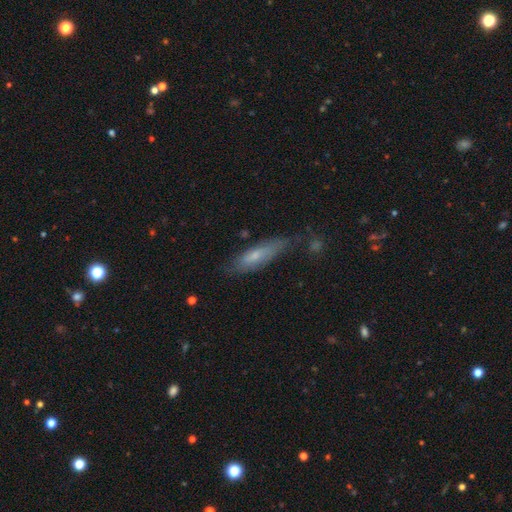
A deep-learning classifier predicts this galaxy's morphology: Overall: smooth (60%; featured or disk 33%). How rounded: cigar-shaped (64%; in between 34%). Merging: none (63%; minor disturbance 26%).